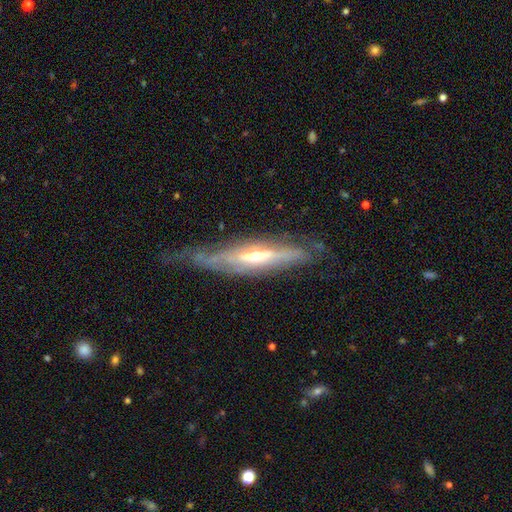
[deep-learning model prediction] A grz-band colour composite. It shows a featured or disk galaxy (79%) viewed edge-on (70%) with a rounded central bulge (77%). Merging: none (58%).